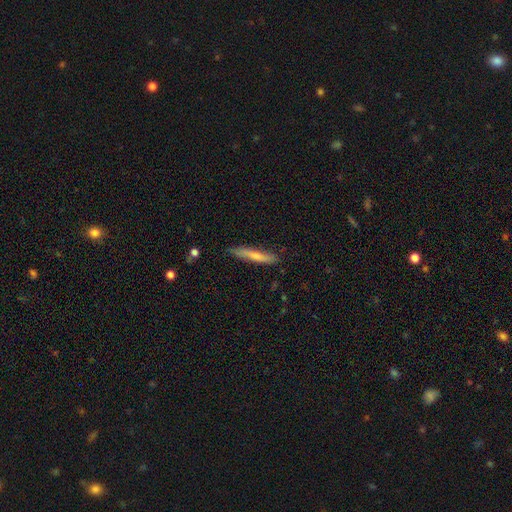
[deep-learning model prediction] A smooth galaxy with no disk features (66%) that is cigar-shaped (92%).

Vote fractions:
- Smooth or featured? smooth: 66% / featured or disk: 29% / star or artifact: 6%
- How rounded? cigar-shaped: 92% / in between: 6% / round: 1%
- Merging? none: 82% / minor disturbance: 14% / major disturbance: 2% / merger: 2%